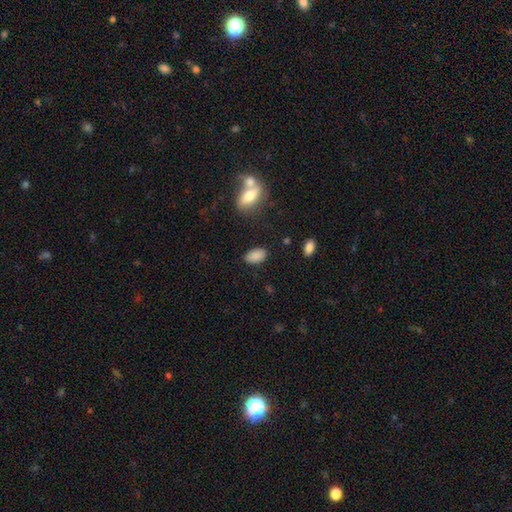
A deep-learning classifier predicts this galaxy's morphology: Smooth or featured: smooth — 88% (star or artifact — 8%)
How rounded: in between — 93% (round — 4%)
Merging: none — 84% (minor disturbance — 10%)